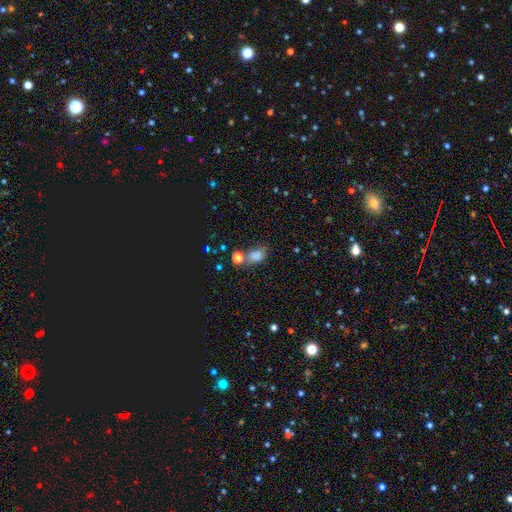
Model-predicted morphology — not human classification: This appears to be a smooth galaxy with no disk features (76%) that is in between round and cigar-shaped (68%). Merging: none (49%).